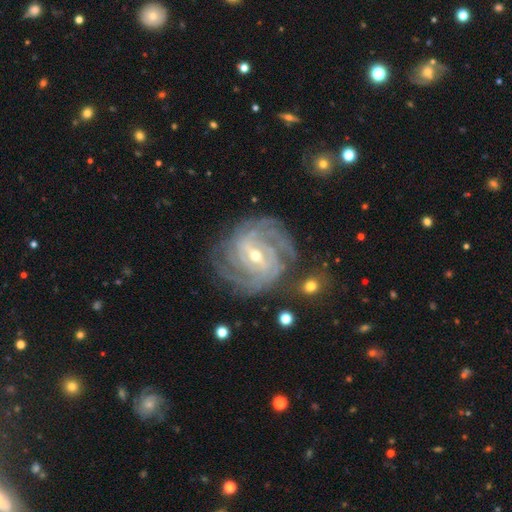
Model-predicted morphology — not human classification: The model was most divided on "bar": weak: 47%, strong: 38%, no: 15%. Remaining: spiral arms — yes (98%); edge-on disk — no (97%); smooth or featured — featured or disk (91%); merging — none (78%); spiral winding — tight (73%); bulge size — small (53%); spiral arm count — 4 (31%).